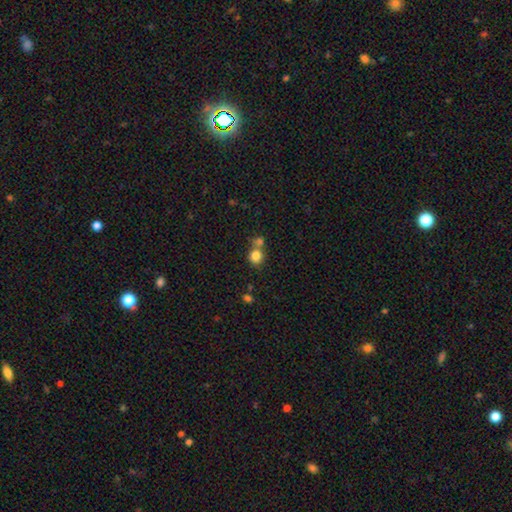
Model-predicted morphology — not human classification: smooth 83%, star or artifact 11%, featured or disk 6%. Down the decision tree: how rounded — round (83%); merging — none (54%).